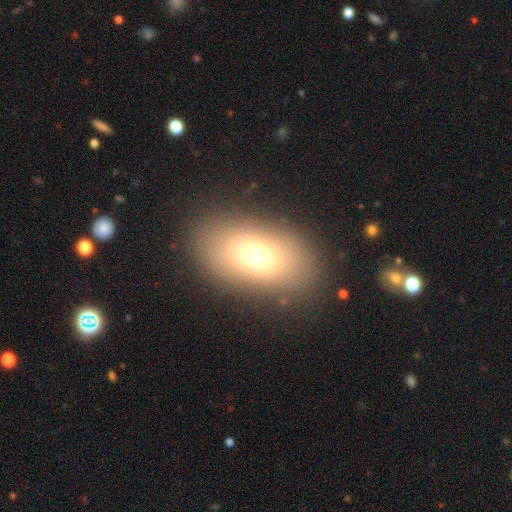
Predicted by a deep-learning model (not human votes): This is likely a smooth galaxy (70%). How rounded: clearly in between (86%). Merging: clearly none (84%).